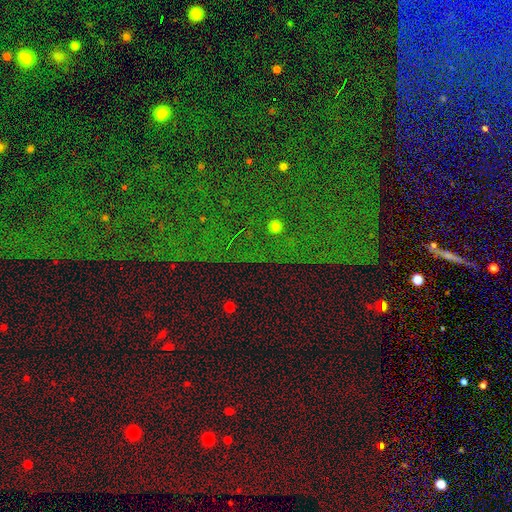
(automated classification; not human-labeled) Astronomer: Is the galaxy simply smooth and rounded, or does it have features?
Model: star or artifact — 83%.